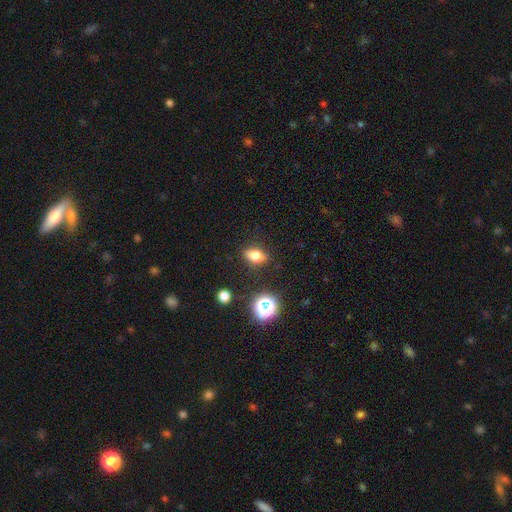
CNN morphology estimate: Smooth or featured: smooth — 72% (featured or disk — 14%)
How rounded: in between — 75% (round — 17%)
Merging: none — 86% (minor disturbance — 10%)